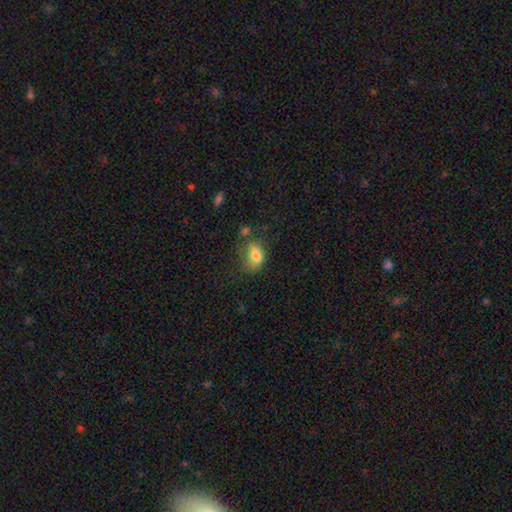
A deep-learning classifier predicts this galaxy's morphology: Overall: smooth (78%). How rounded: in between (77%). Merging: none (44%; minor disturbance 31%).